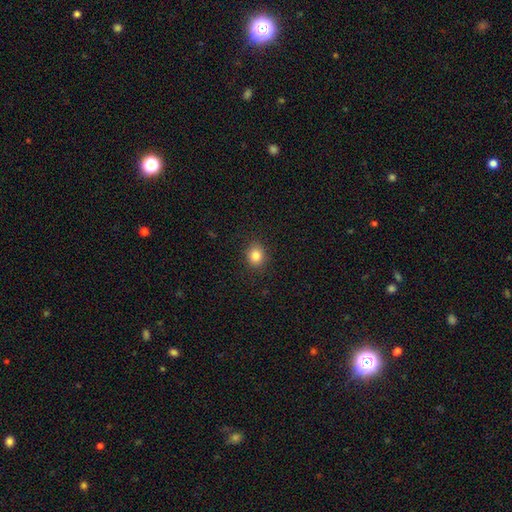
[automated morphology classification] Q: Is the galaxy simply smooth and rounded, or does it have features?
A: smooth — 83%.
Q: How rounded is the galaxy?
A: round — 67%.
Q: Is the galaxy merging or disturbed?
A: none — 89%.